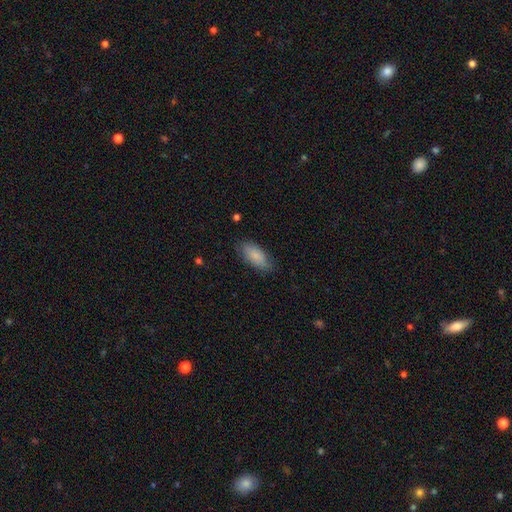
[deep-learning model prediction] A smooth galaxy with no disk features (85%) that is in between round and cigar-shaped (86%).

Vote fractions:
- Smooth or featured? smooth: 85% / featured or disk: 8% / star or artifact: 6%
- How rounded? in between: 86% / cigar-shaped: 12% / round: 2%
- Merging? none: 79% / minor disturbance: 16% / major disturbance: 4% / merger: 1%